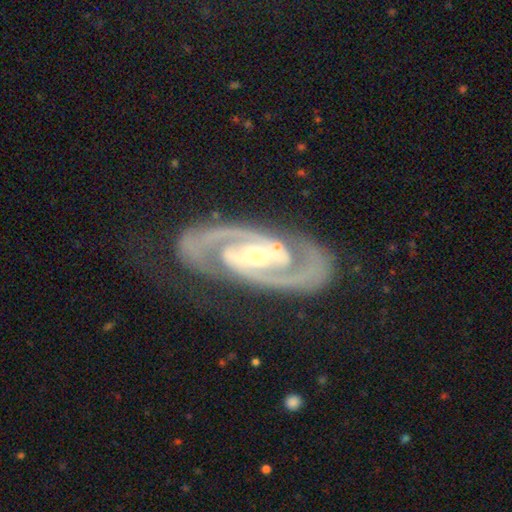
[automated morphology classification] smooth_or_featured: featured or disk (p=0.93) [alt: star or artifact p=0.04]
disk_edge_on: no (p=0.97) [alt: yes p=0.03]
bar: strong (p=0.40) [alt: weak p=0.30]
has_spiral_arms: yes (p=0.98) [alt: no p=0.02]
spiral_winding: medium (p=0.47) [alt: tight p=0.45]
spiral_arm_count: 2 (p=0.93) [alt: 3 p=0.02]
bulge_size: small (p=0.49) [alt: moderate p=0.47]
merging: none (p=0.78) [alt: minor disturbance p=0.13]